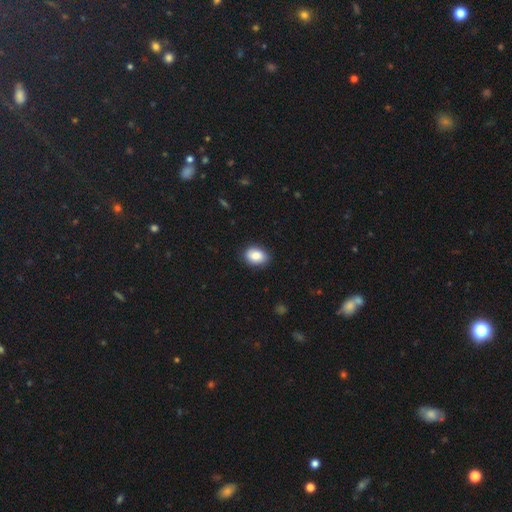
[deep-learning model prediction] smooth 86%, star or artifact 8%, featured or disk 6%. Down the decision tree: how rounded — in between (71%); merging — none (86%).